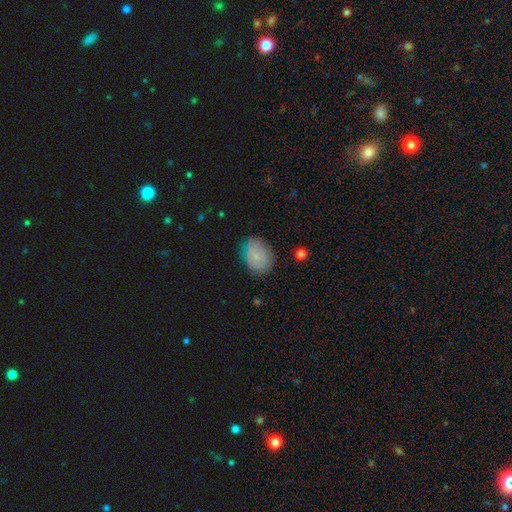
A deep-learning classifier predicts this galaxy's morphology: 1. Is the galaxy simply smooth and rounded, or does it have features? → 71% smooth, 19% featured or disk, 10% star or artifact.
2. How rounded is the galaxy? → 73% in between, 26% round, 1% cigar-shaped.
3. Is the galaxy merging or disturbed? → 74% none, 19% minor disturbance, 5% major disturbance, 2% merger.